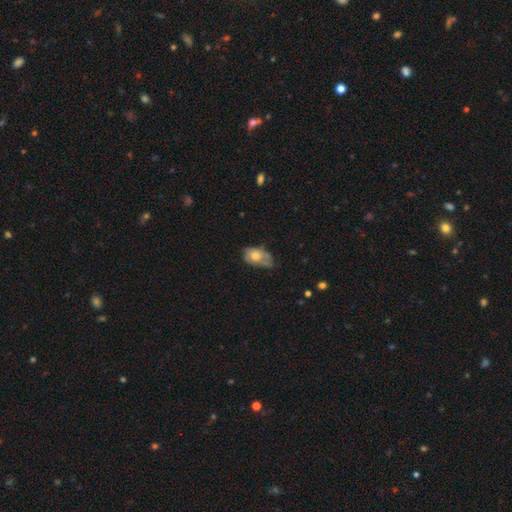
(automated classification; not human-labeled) smooth 65%, featured or disk 28%, star or artifact 8%. Down the decision tree: how rounded — in between (86%); merging — minor disturbance (41%).